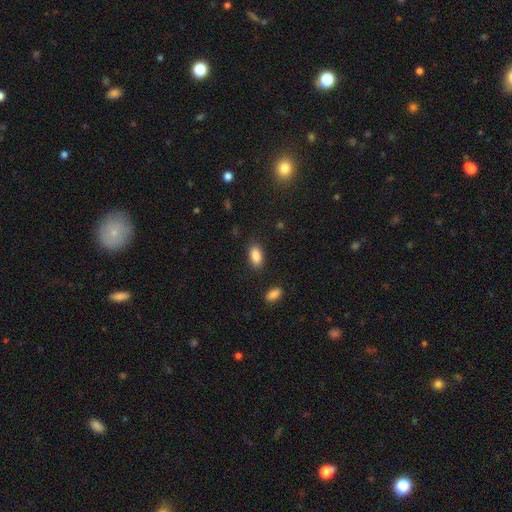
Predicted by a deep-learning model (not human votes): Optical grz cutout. It shows a smooth galaxy with no disk features (87%) that is in between round and cigar-shaped (90%). Merging: none (85%).